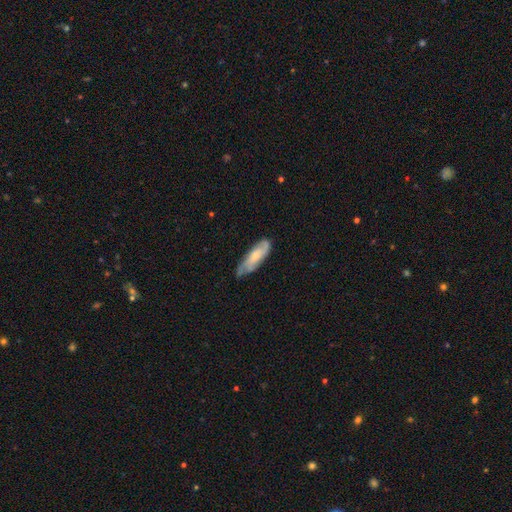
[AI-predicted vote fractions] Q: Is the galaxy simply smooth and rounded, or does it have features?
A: featured or disk — 50%.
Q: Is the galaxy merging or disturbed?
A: none — 66%.